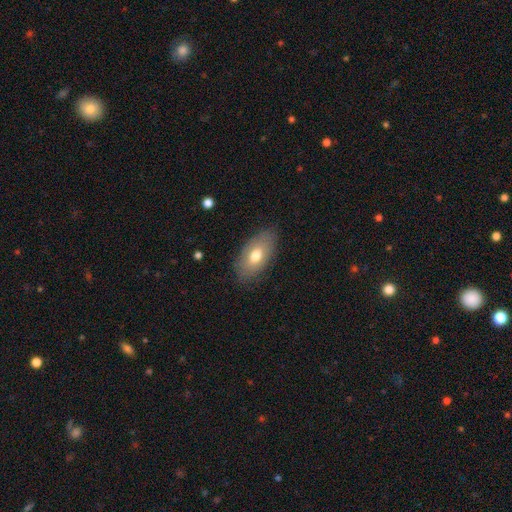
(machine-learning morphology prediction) Smooth or featured?
  - smooth: 71% *
  - featured or disk: 22%
  - star or artifact: 7%
How rounded?
  - in between: 92% *
  - round: 4%
  - cigar-shaped: 4%
Merging?
  - none: 83% *
  - minor disturbance: 13%
  - major disturbance: 3%
  - merger: 1%